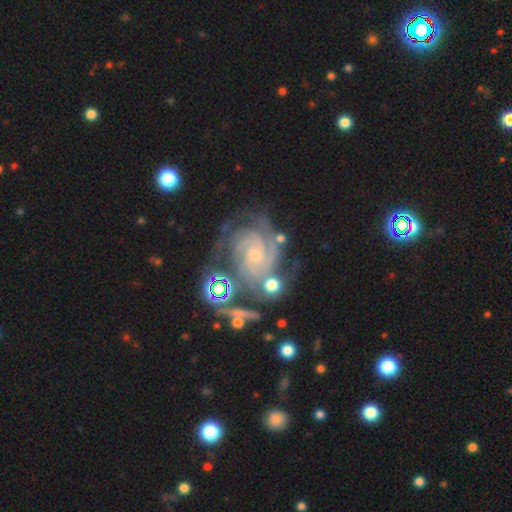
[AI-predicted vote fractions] This appears to be a featured or disk galaxy (90%) with no bar (69%), 3 (32%) tight (73%) spiral arms (98%) and a small central bulge (73%). Merging: none (57%).